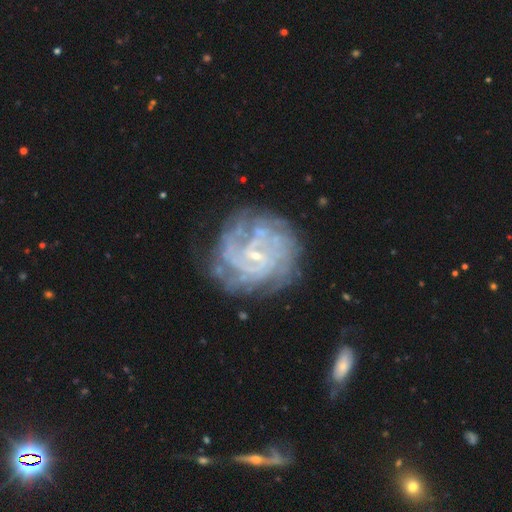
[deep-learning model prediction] Smooth or featured? featured or disk (84%)
Edge-on disk? no (98%)
Bar? no (49%)
Spiral arms? yes (90%)
Spiral winding? tight (67%)
Spiral arm count? can't tell (40%)
Bulge size? small (81%)
Merging? none (69%)